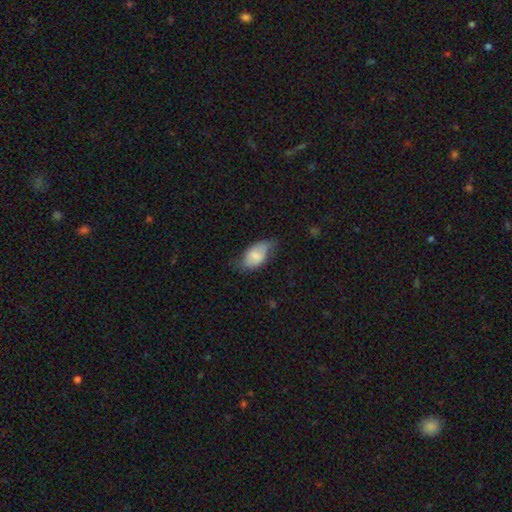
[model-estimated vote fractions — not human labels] Smooth or featured? Predicted: smooth (p=0.71). How rounded? Predicted: in between (p=0.92). Merging? Predicted: none (p=0.46).